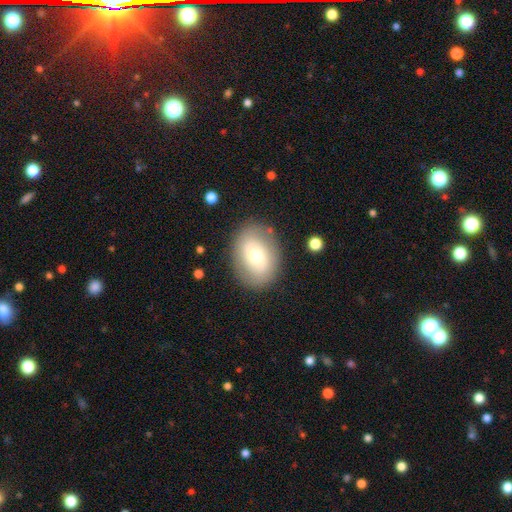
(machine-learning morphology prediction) Smooth or featured: smooth — 60% (featured or disk — 32%)
How rounded: in between — 66% (round — 33%)
Merging: none — 83% (minor disturbance — 11%)